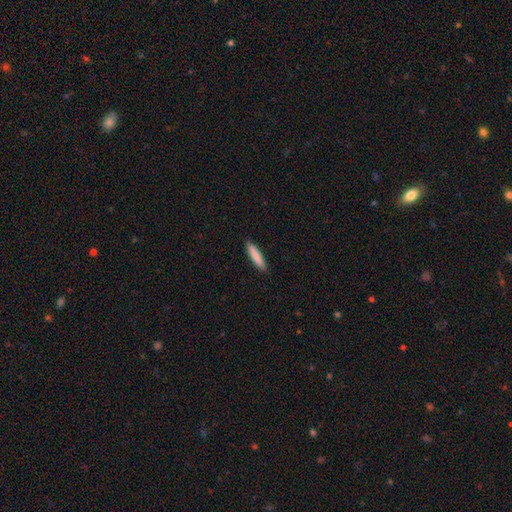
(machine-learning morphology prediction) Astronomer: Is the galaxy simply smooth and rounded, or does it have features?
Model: smooth — 85%.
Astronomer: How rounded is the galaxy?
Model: cigar-shaped — 87%.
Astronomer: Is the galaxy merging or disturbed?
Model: none — 91%.